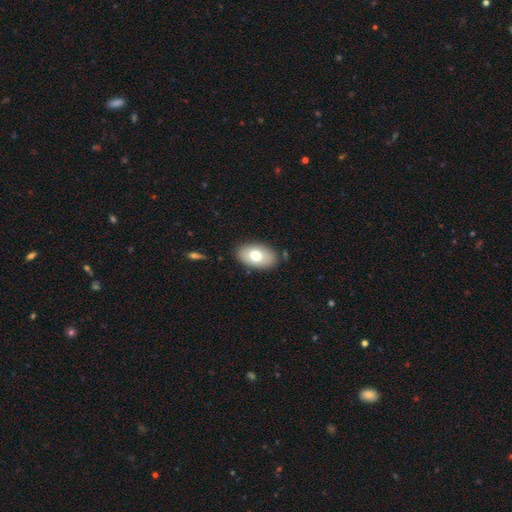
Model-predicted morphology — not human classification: The model was most divided on "smooth or featured": smooth: 71%, featured or disk: 21%, star or artifact: 7%. More confident: how rounded — in between (89%); merging — none (85%).